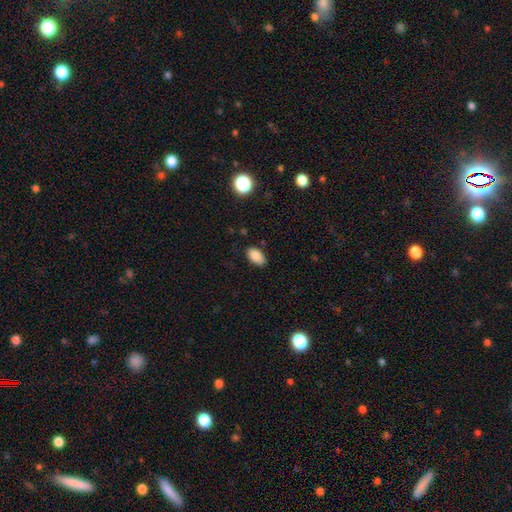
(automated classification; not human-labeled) smooth 87%, star or artifact 9%, featured or disk 4%. Down the decision tree: how rounded — in between (93%); merging — none (84%).